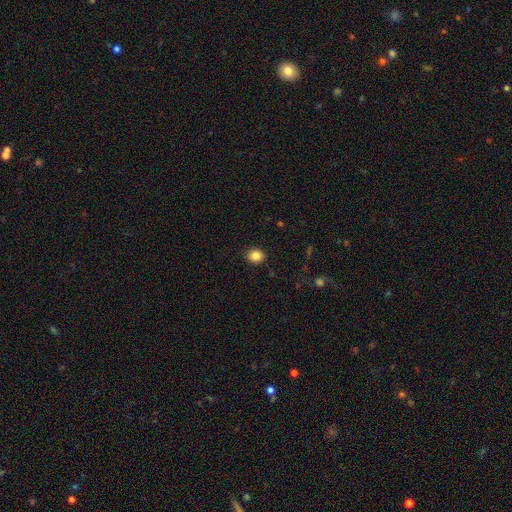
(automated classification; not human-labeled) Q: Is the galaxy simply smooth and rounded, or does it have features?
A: smooth — 85%.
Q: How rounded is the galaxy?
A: round — 72%.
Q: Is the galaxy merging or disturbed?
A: none — 91%.